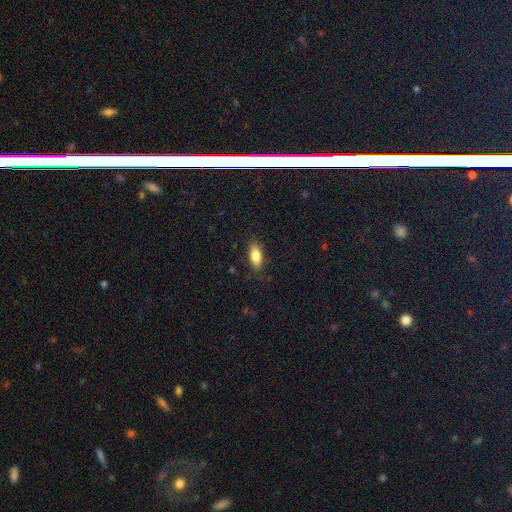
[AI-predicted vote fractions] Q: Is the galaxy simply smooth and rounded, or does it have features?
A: smooth — 81%.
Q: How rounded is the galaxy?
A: in between — 79%.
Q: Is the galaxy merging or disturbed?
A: none — 85%.